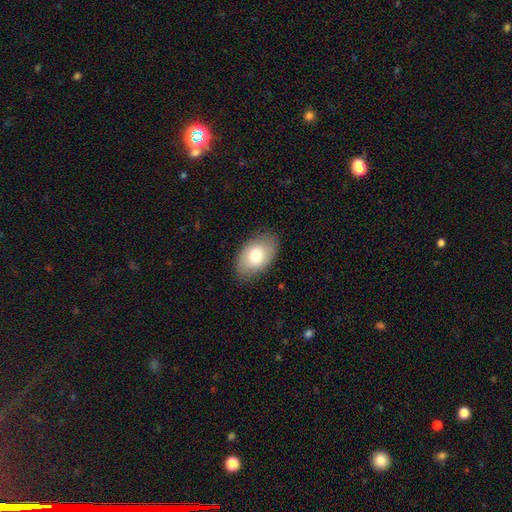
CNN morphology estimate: A smooth galaxy with no disk features (76%) that is in between round and cigar-shaped (91%). Merging: none (84%).